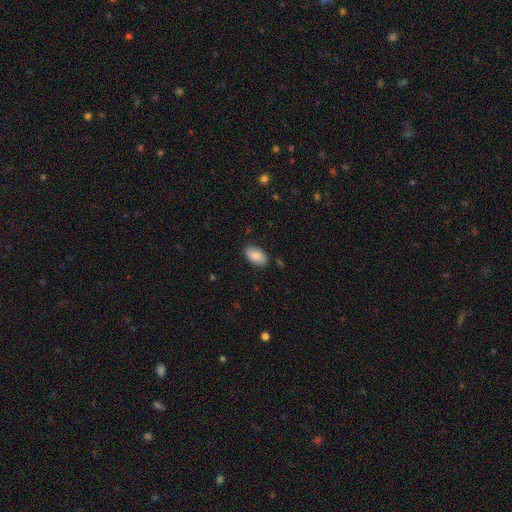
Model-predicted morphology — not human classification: Overall: smooth (82%). How rounded: in between (93%). Merging: none (86%).